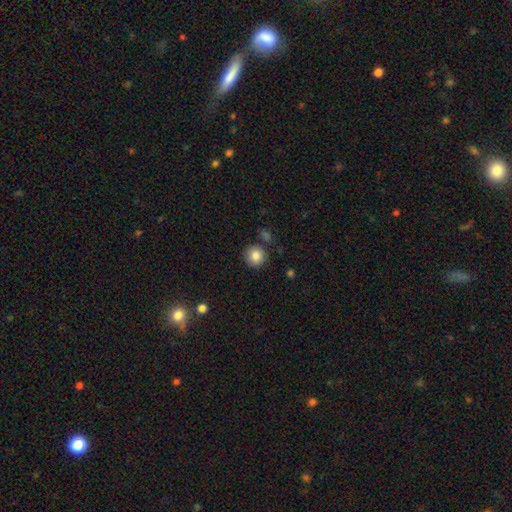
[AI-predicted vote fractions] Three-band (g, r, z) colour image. It shows a smooth galaxy with no disk features (86%) that is round (93%). Merging: none (84%).